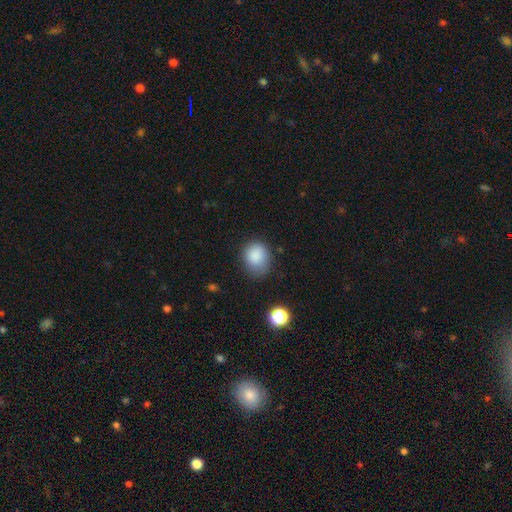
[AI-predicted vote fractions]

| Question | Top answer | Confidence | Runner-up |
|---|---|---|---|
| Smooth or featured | smooth | 85% | star or artifact (10%) |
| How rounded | round | 60% | in between (39%) |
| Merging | none | 64% | minor disturbance (26%) |